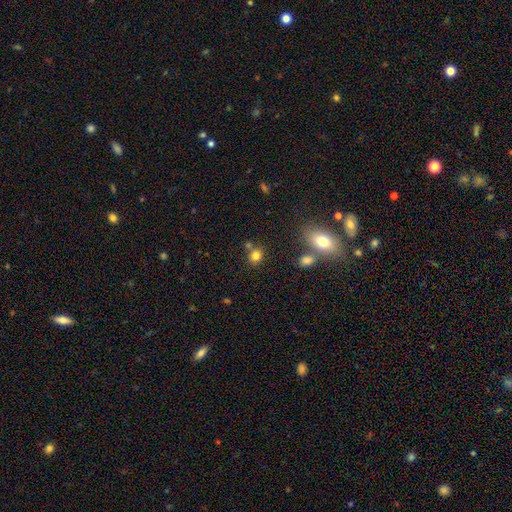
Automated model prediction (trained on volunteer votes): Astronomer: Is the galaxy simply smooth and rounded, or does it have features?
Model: smooth — 80%.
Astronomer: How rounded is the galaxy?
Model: round — 70%.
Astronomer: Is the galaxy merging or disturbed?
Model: none — 69%.